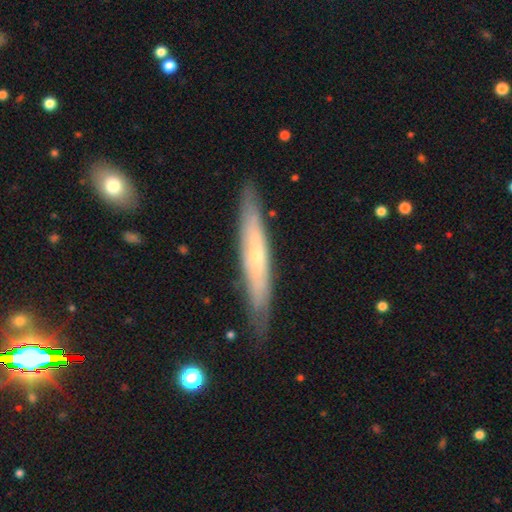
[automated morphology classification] type=featured or disk (61%); edge-on=yes (76%); merging=none (81%).